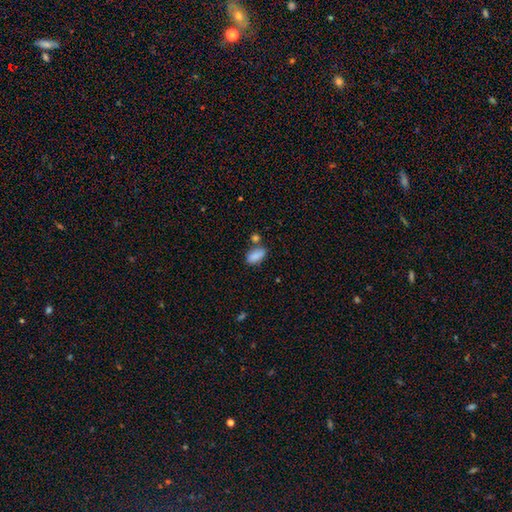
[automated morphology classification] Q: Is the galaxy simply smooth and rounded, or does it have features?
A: smooth — 86%.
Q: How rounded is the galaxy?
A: in between — 89%.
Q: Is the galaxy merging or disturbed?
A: none — 59%.